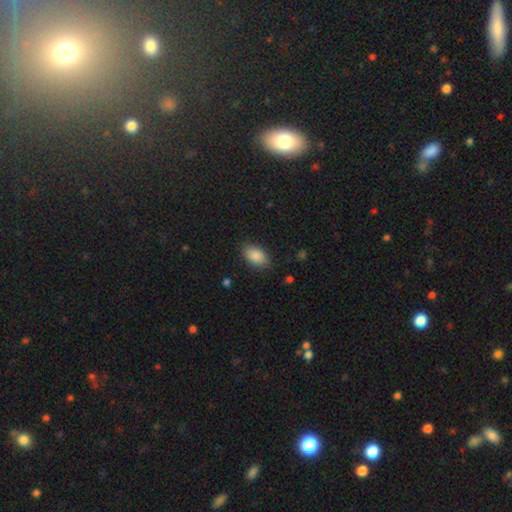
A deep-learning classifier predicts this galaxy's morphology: smooth-or-featured: smooth: 89% | star or artifact: 7% | featured or disk: 4%
  how-rounded: in between: 92% | round: 6% | cigar-shaped: 2%
  merging: none: 85% | minor disturbance: 11% | major disturbance: 3% | merger: 1%